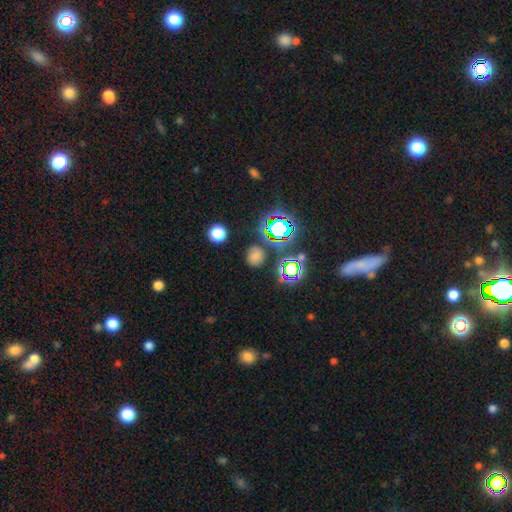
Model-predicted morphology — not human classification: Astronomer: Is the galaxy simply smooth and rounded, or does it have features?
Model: smooth — 57% (runner-up: star or artifact, 35%).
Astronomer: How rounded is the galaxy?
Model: round — 79%.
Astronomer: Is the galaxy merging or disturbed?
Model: none — 80%.